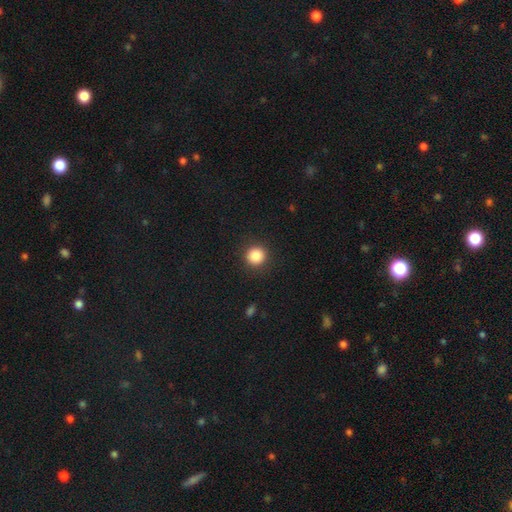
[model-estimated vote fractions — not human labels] This appears to be a smooth galaxy with no disk features (86%) that is round (93%). Merging: none (90%).